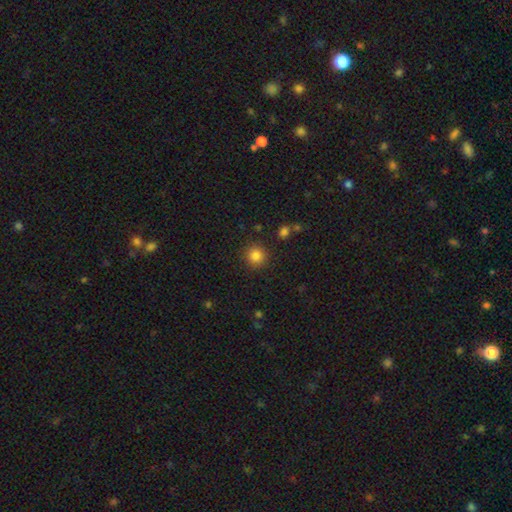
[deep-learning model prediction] smooth-or-featured: smooth: 84% | star or artifact: 11% | featured or disk: 5%
  how-rounded: round: 94% | in between: 5% | cigar-shaped: 1%
  merging: none: 89% | minor disturbance: 6% | major disturbance: 2% | merger: 2%